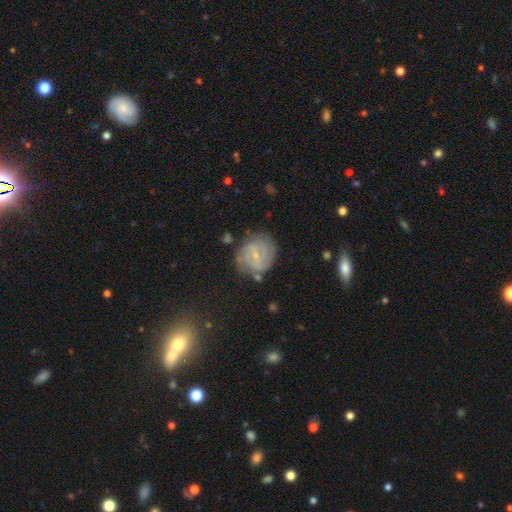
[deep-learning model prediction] featured or disk 76%, smooth 17%, star or artifact 7%. Down the decision tree: edge-on disk — no (97%); bar — weak (53%); spiral arms — yes (91%); spiral arm count — 2 (38%); spiral winding — tight (55%); bulge size — small (76%); merging — none (71%).